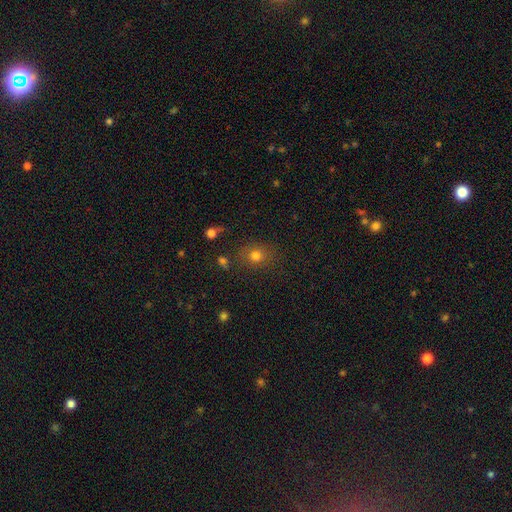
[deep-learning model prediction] Overall: smooth (76%). How rounded: round (67%; in between 32%). Merging: none (78%).